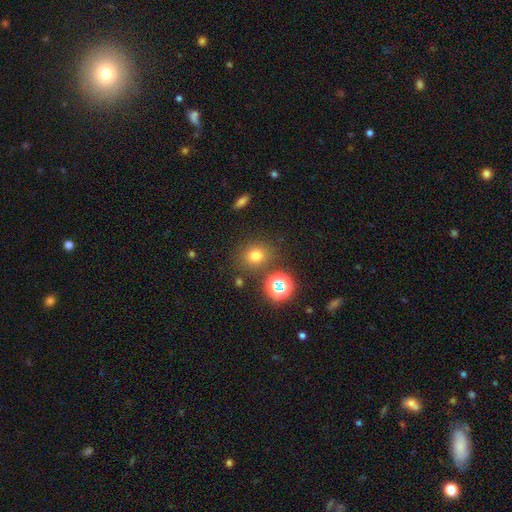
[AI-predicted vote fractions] Smooth or featured: smooth — 72% (star or artifact — 20%)
How rounded: round — 75% (in between — 24%)
Merging: none — 81% (minor disturbance — 10%)